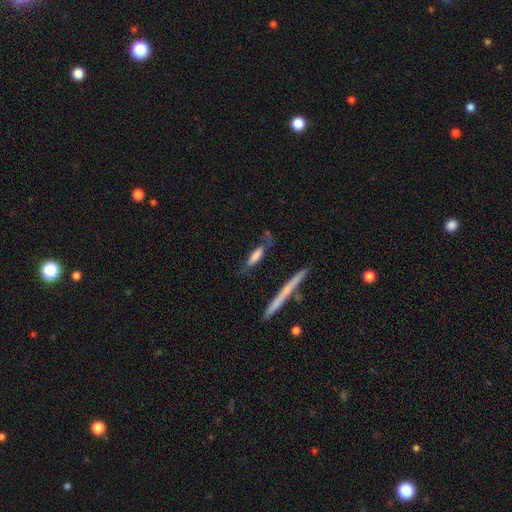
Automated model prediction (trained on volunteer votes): Q: Smooth or featured?
A: smooth (68%); runner-up: featured or disk (25%)
Q: How rounded?
A: cigar-shaped (59%); runner-up: in between (39%)
Q: Merging?
A: none (58%); runner-up: minor disturbance (24%)